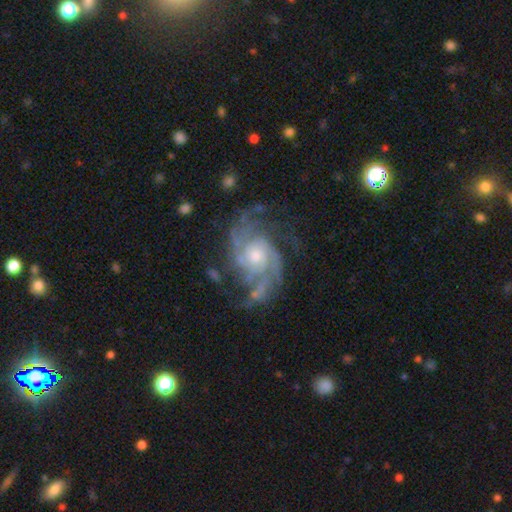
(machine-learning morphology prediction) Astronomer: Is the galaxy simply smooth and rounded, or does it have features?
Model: featured or disk — 90%.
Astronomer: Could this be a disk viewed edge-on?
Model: no — 98%.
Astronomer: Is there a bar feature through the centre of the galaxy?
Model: no — 74%.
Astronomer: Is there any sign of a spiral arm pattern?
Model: yes — 97%.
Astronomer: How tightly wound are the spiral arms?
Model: tight — 45% (runner-up: medium, 42%).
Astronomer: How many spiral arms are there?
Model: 2 — 33% (runner-up: 3, 22%).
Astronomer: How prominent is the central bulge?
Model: moderate — 52% (runner-up: small, 34%).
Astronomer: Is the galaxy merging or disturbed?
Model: none — 60%.